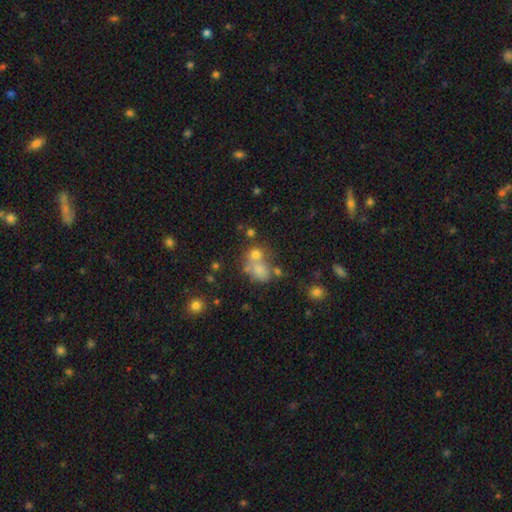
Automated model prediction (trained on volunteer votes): Overall: smooth (61%). How rounded: round (56%; in between 42%). Merging: merger (46%; none 35%).